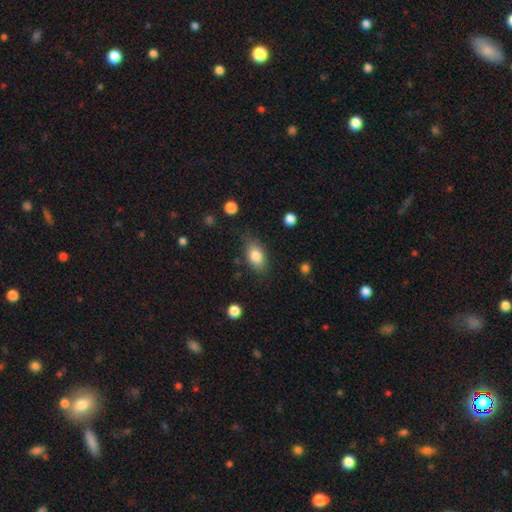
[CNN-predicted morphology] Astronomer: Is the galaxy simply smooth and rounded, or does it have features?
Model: smooth — 81%.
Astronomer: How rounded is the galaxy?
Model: in between — 85%.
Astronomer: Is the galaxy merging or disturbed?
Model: none — 74%.